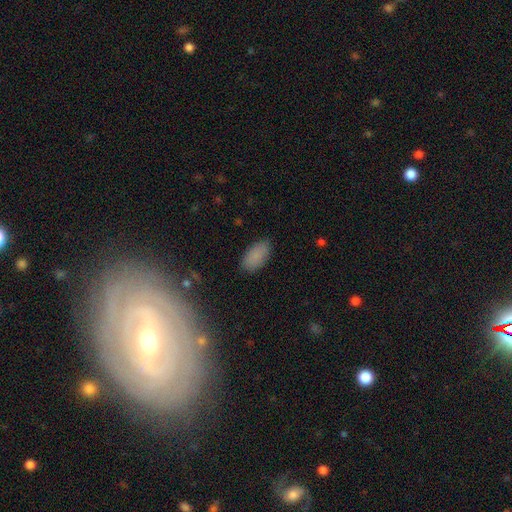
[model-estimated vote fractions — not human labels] A smooth galaxy with no disk features (86%) that is in between round and cigar-shaped (94%).

Vote fractions:
- Smooth or featured? smooth: 86% / star or artifact: 9% / featured or disk: 5%
- How rounded? in between: 94% / cigar-shaped: 3% / round: 3%
- Merging? none: 86% / minor disturbance: 10% / major disturbance: 3% / merger: 1%